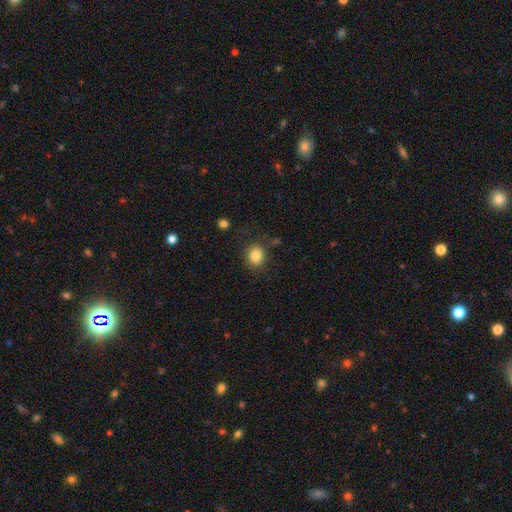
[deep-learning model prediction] This is clearly a smooth galaxy (84%). How rounded: likely round (66%). Merging: likely none (78%).